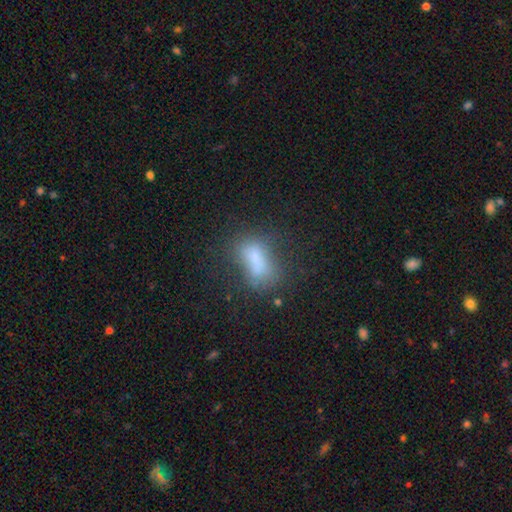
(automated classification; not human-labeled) This appears to be a smooth galaxy with no disk features (65%) that is in between round and cigar-shaped (80%). Merging: none (40%).